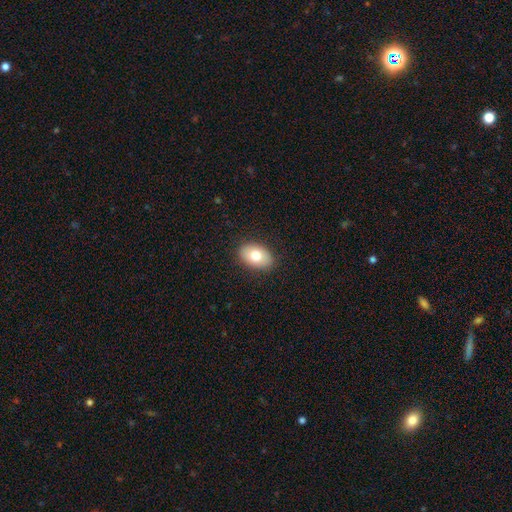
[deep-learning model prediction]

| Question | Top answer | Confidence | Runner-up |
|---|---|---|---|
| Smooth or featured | smooth | 78% | featured or disk (14%) |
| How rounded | in between | 88% | round (11%) |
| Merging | none | 88% | minor disturbance (9%) |